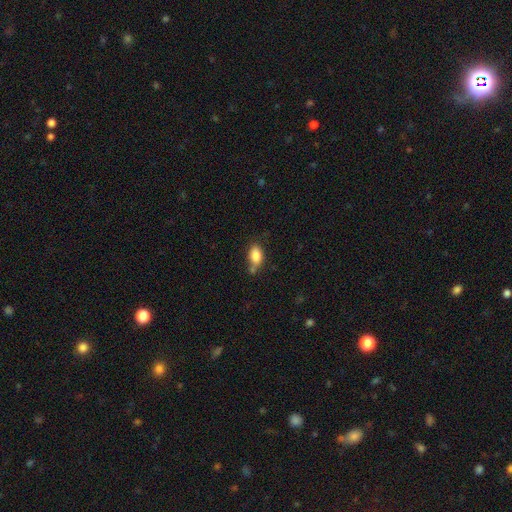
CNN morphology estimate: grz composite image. It shows a smooth galaxy with no disk features (84%) that is in between round and cigar-shaped (88%). Merging: none (57%).